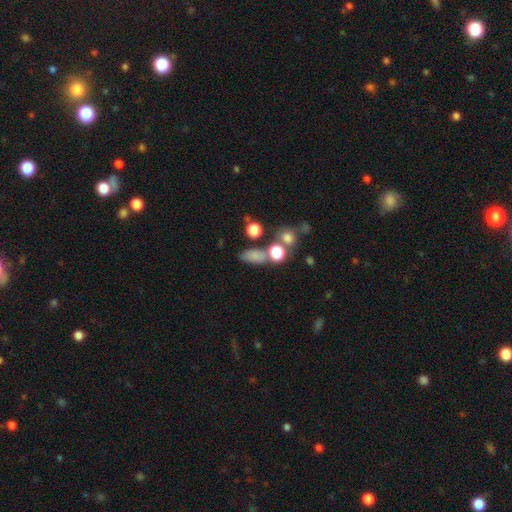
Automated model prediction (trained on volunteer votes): This is likely a smooth galaxy (75%). How rounded: likely in between (71%). Merging: possibly none (56%).